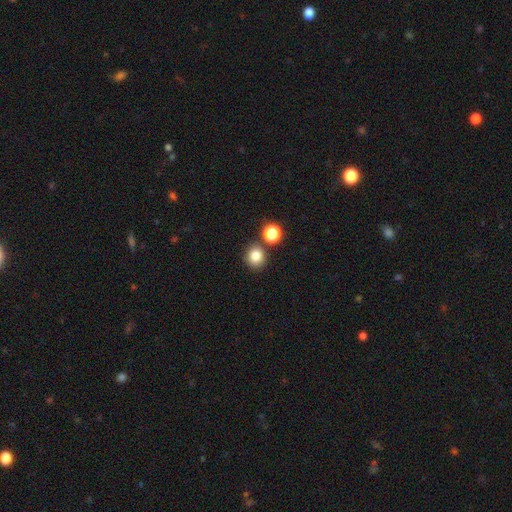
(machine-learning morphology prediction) Overall: smooth (82%). How rounded: round (83%). Merging: none (76%).